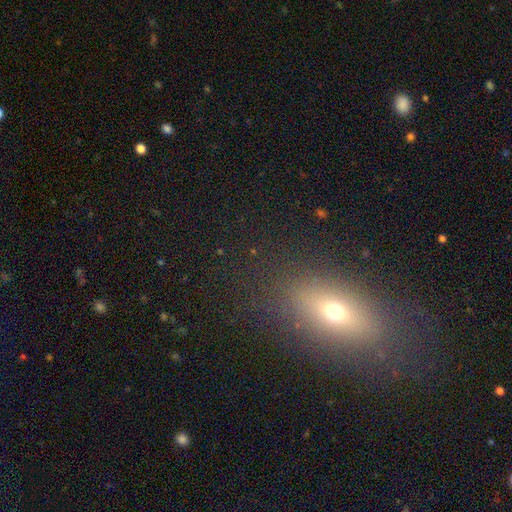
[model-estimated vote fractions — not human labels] smooth-or-featured: smooth: 56% | star or artifact: 23% | featured or disk: 22%
  how-rounded: in between: 70% | round: 15% | cigar-shaped: 15%
  merging: none: 83% | minor disturbance: 10% | major disturbance: 5% | merger: 2%